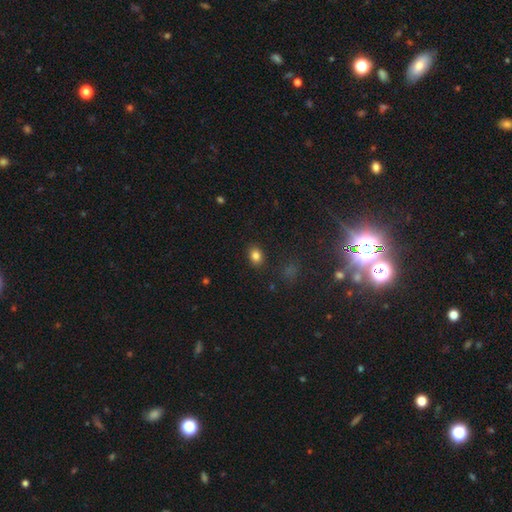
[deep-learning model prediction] smooth_or_featured: smooth (p=0.83) [alt: star or artifact p=0.12]
how_rounded: in between (p=0.59) [alt: round p=0.40]
merging: none (p=0.87) [alt: minor disturbance p=0.09]